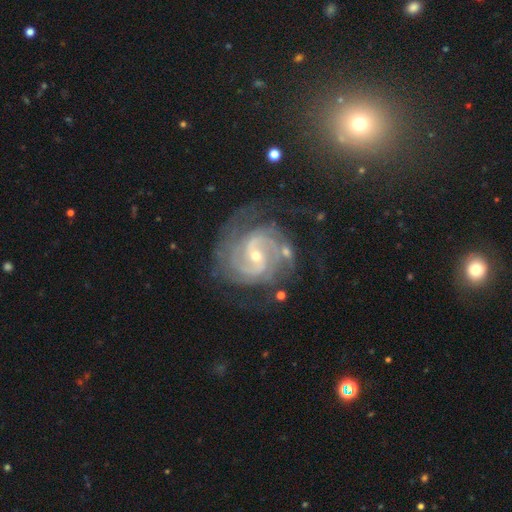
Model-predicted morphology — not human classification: Overall: featured or disk (92%). Edge-on disk: no (98%). Bar: weak (47%; no 34%). Spiral arms: yes (98%). Spiral arm count: 2 (56%; 3 17%). Spiral winding: tight (55%; medium 39%). Bulge size: small (63%; moderate 34%). Merging: none (67%).